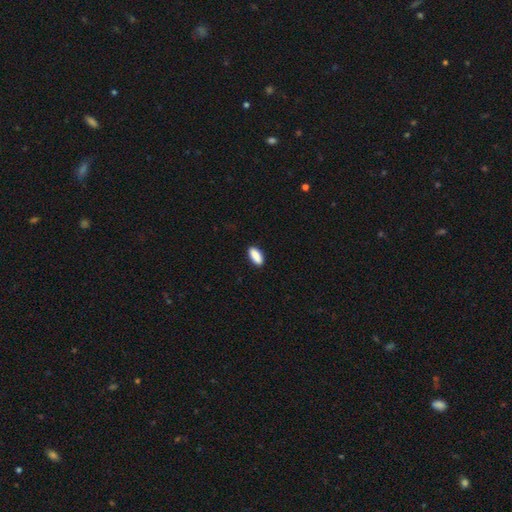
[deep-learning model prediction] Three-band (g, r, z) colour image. It shows a smooth galaxy with no disk features (89%) that is in between round and cigar-shaped (80%). Merging: none (89%).